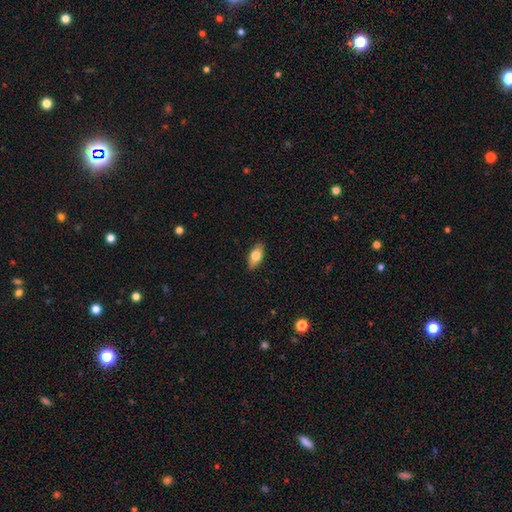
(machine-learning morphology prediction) type=smooth (75%); roundness=in between (87%); merging=none (88%).